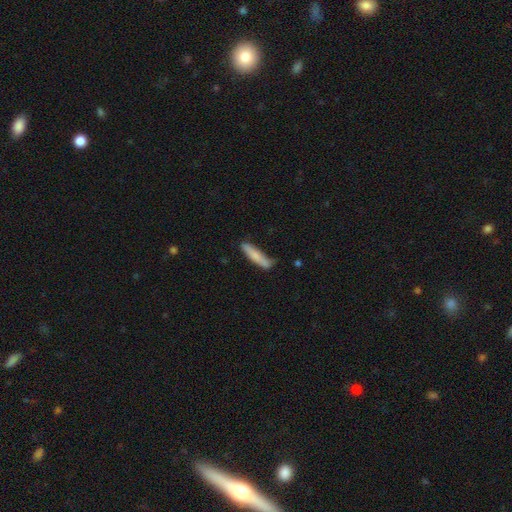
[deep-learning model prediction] Smooth or featured? smooth (77%)
How rounded? cigar-shaped (86%)
Merging? none (70%)